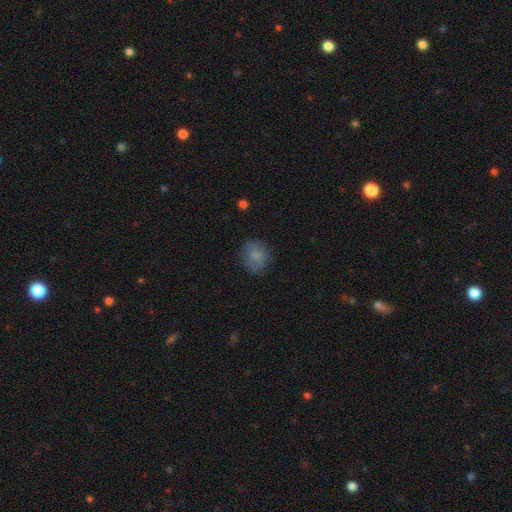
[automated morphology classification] The model was most divided on "how rounded": round: 76%, in between: 23%, cigar-shaped: 1%. More confident: smooth or featured — smooth (83%); merging — none (80%).